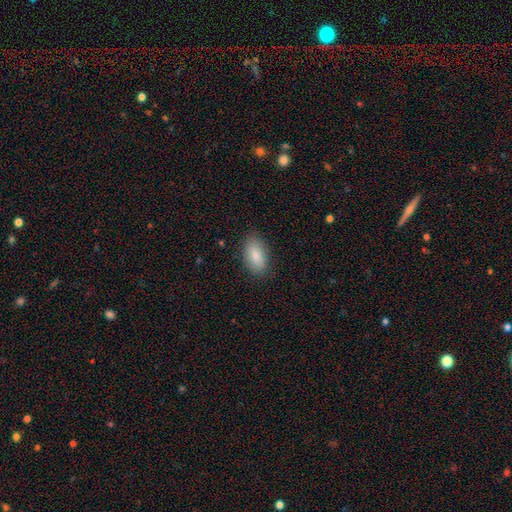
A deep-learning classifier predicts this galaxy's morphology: smooth_or_featured: smooth (p=0.86) [alt: featured or disk p=0.07]
how_rounded: in between (p=0.93) [alt: round p=0.04]
merging: none (p=0.85) [alt: minor disturbance p=0.11]